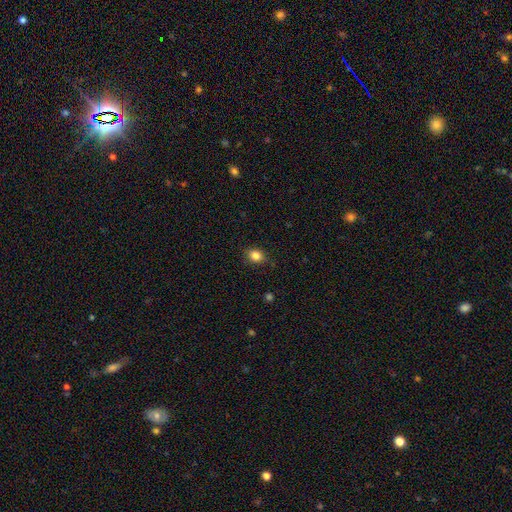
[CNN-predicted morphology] The model was most divided on "how rounded": round: 50%, in between: 49%, cigar-shaped: 1%. More confident: merging — none (86%); smooth or featured — smooth (84%).